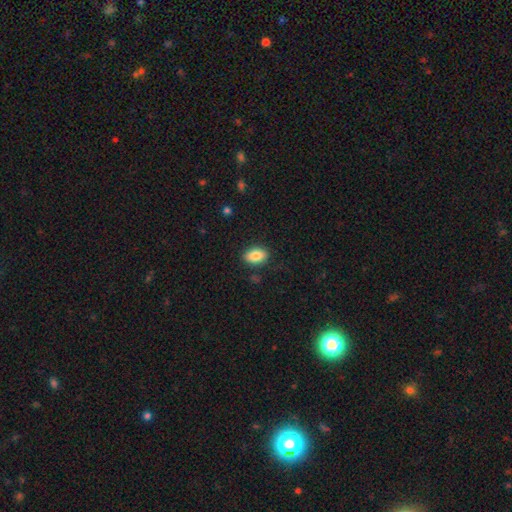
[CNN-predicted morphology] A smooth galaxy with no disk features (85%) that is in between round and cigar-shaped (88%).

Vote fractions:
- Smooth or featured? smooth: 85% / star or artifact: 8% / featured or disk: 7%
- How rounded? in between: 88% / round: 10% / cigar-shaped: 2%
- Merging? none: 87% / minor disturbance: 9% / major disturbance: 2% / merger: 2%